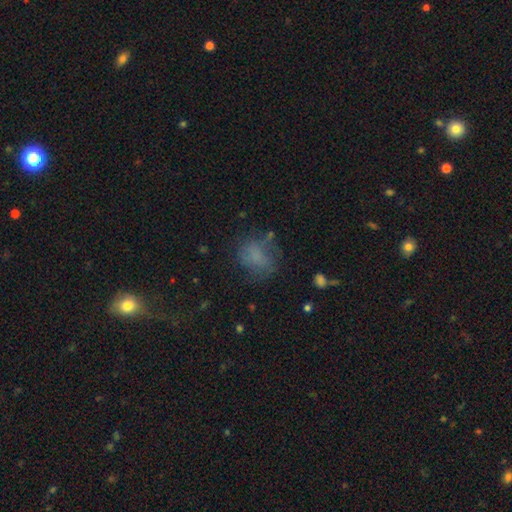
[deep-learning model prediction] smooth 66%, featured or disk 19%, star or artifact 16%. Down the decision tree: how rounded — round (50%); merging — none (55%).